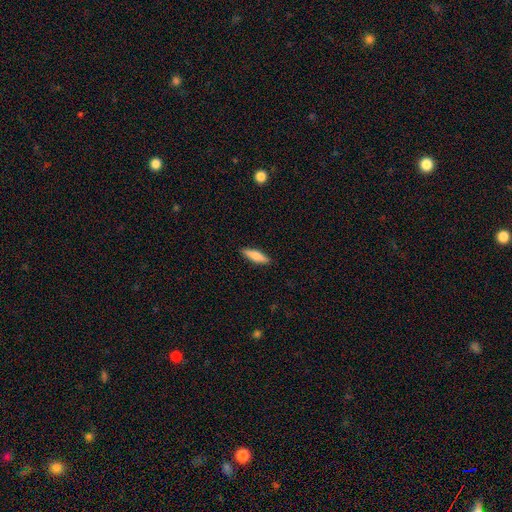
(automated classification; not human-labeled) Smooth or featured? smooth (76%)
How rounded? cigar-shaped (63%)
Merging? none (89%)